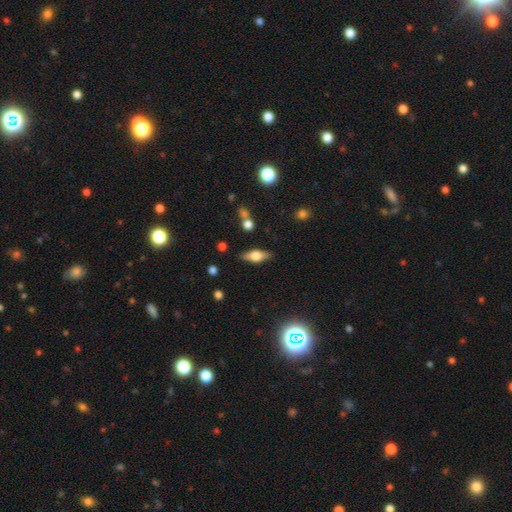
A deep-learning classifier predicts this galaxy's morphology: Overall: smooth (47%; featured or disk 45%). Merging: none (84%).